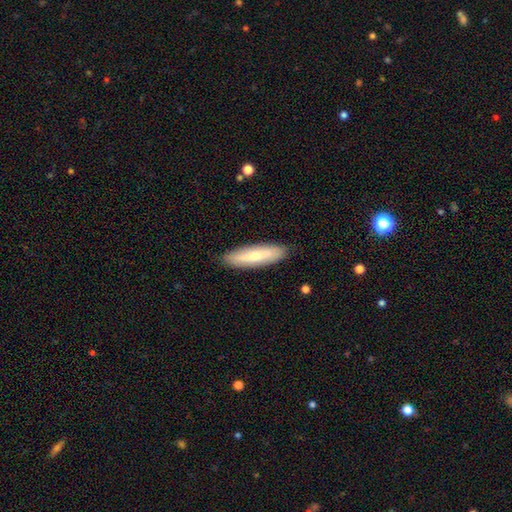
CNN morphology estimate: A smooth galaxy with no disk features (57%) that is cigar-shaped (67%). Merging: none (88%).